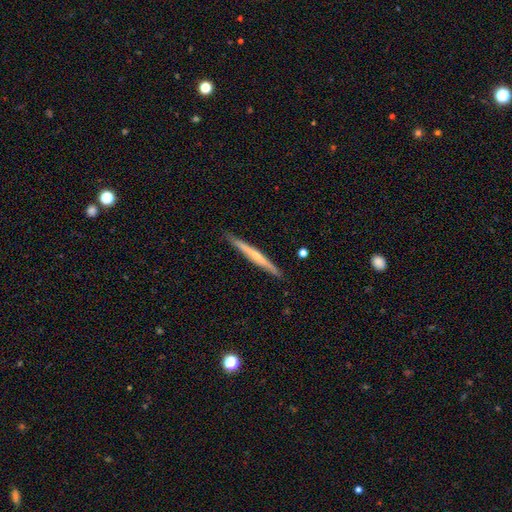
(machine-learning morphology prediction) This appears to be a featured or disk galaxy (60%) viewed edge-on (97%) with a rounded central bulge (49%). Merging: none (90%).